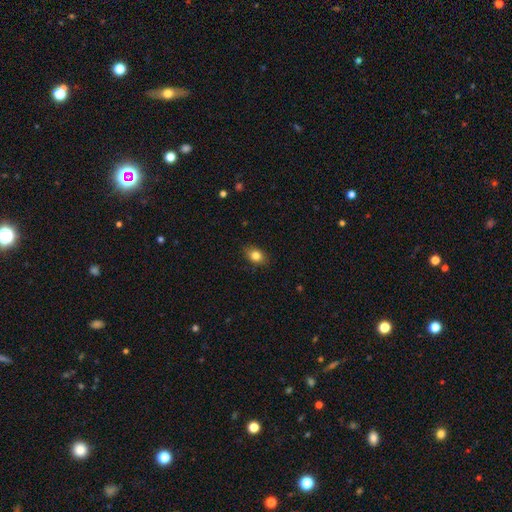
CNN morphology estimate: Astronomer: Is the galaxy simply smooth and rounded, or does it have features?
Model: smooth — 83%.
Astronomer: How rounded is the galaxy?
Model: in between — 71%.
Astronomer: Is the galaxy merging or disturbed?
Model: none — 85%.